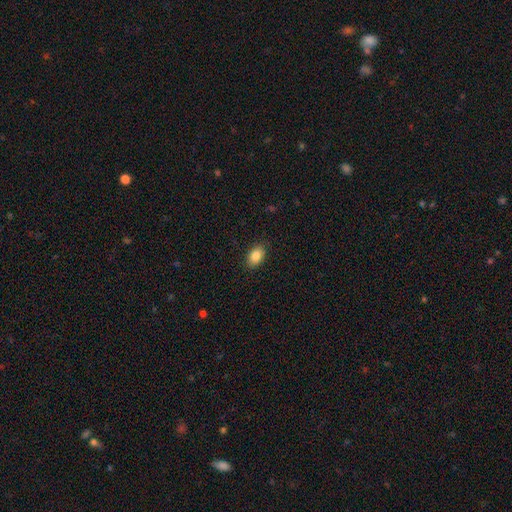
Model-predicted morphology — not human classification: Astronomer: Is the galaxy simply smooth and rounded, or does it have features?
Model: smooth — 86%.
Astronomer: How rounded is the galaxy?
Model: in between — 87%.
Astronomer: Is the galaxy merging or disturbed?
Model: none — 88%.